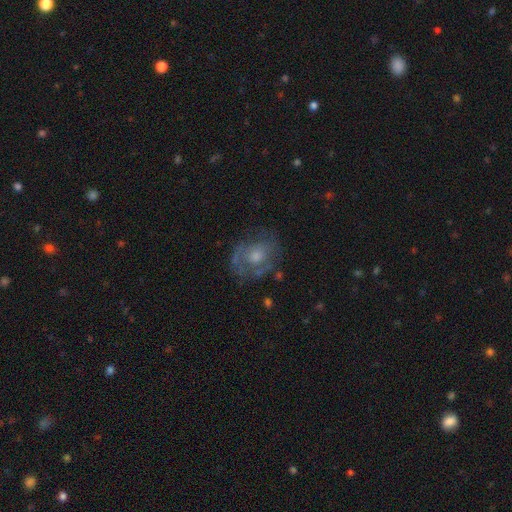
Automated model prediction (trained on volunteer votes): Smooth or featured? featured or disk (60%)
Edge-on disk? no (97%)
Bar? no (82%)
Spiral arms? yes (56%)
Bulge size? moderate (56%)
Merging? none (64%)